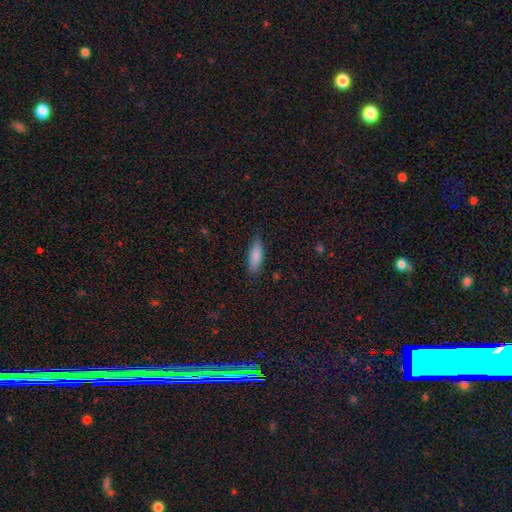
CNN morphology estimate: A smooth galaxy with no disk features (85%) that is in between round and cigar-shaped (58%).

Vote fractions:
- Smooth or featured? smooth: 85% / featured or disk: 9% / star or artifact: 7%
- How rounded? in between: 58% / cigar-shaped: 41% / round: 2%
- Merging? none: 84% / minor disturbance: 12% / major disturbance: 2% / merger: 1%